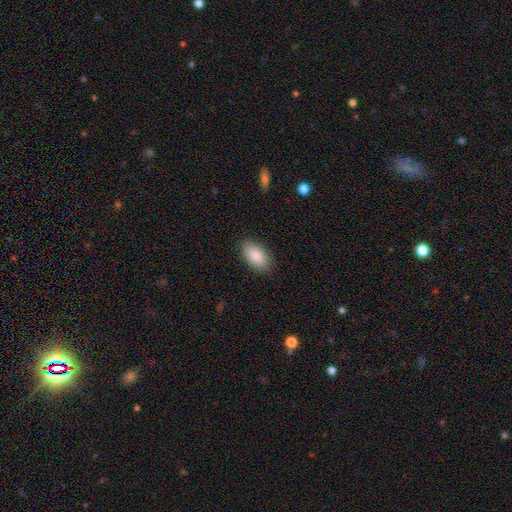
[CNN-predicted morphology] type=smooth (87%); roundness=in between (94%); merging=none (86%).